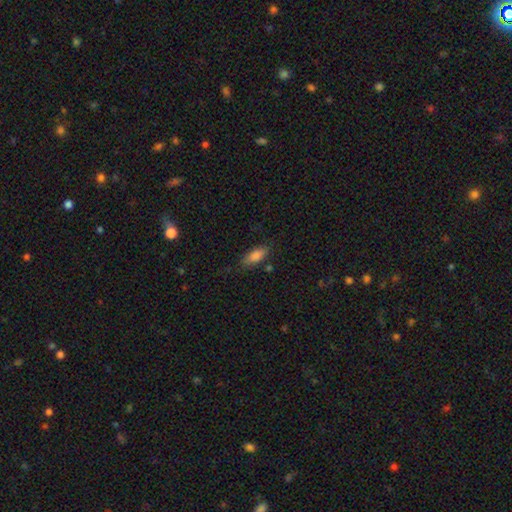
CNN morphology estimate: smooth-or-featured: smooth: 82% | featured or disk: 10% | star or artifact: 8%
  how-rounded: in between: 74% | cigar-shaped: 23% | round: 2%
  merging: none: 77% | minor disturbance: 17% | major disturbance: 4% | merger: 3%